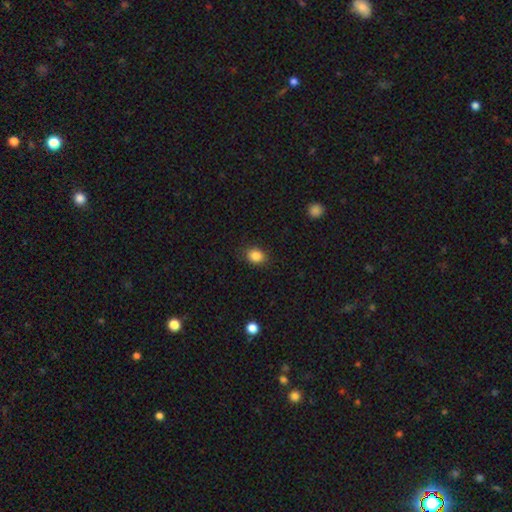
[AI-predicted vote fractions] smooth_or_featured: smooth (p=0.86) [alt: star or artifact p=0.10]
how_rounded: round (p=0.51) [alt: in between p=0.48]
merging: none (p=0.87) [alt: minor disturbance p=0.10]